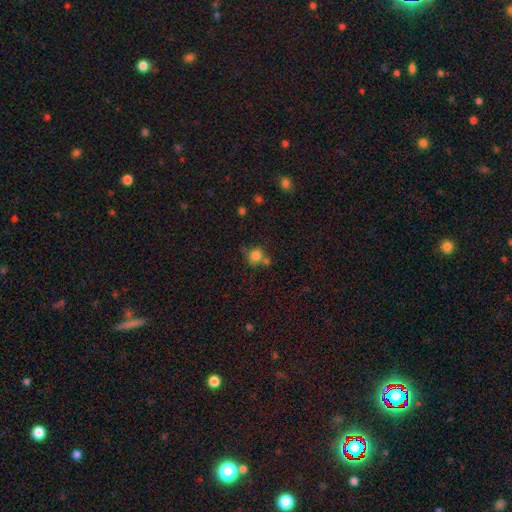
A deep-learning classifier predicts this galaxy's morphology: Smooth or featured: smooth — 80% (star or artifact — 13%)
How rounded: round — 78% (in between — 21%)
Merging: none — 54% (merger — 22%)